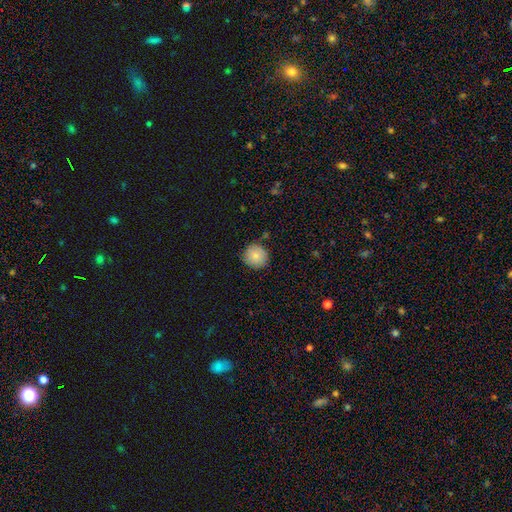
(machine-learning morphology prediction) A smooth galaxy with no disk features (82%) that is round (93%). Merging: none (84%).